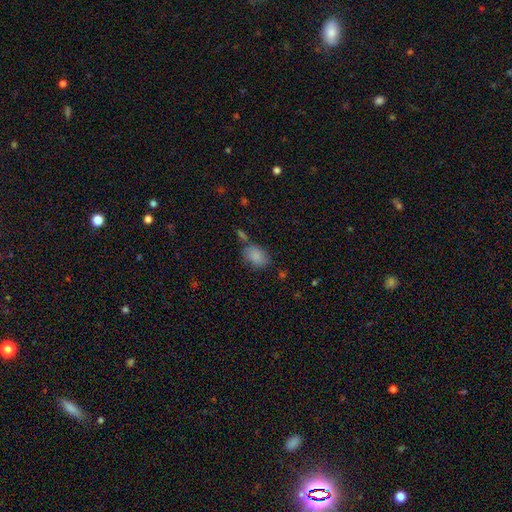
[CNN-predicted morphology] type=smooth (86%); roundness=in between (81%); merging=none (65%).